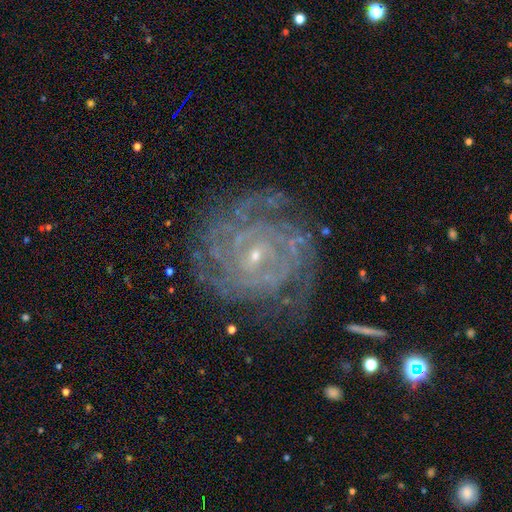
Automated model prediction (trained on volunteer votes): Smooth or featured? Predicted: featured or disk (p=0.87). Edge-on disk? Predicted: no (p=0.97). Bar? Predicted: no (p=0.49). Spiral arms? Predicted: yes (p=0.97). Spiral winding? Predicted: tight (p=0.79). Spiral arm count? Predicted: can't tell (p=0.31). Bulge size? Predicted: small (p=0.84). Merging? Predicted: none (p=0.73).